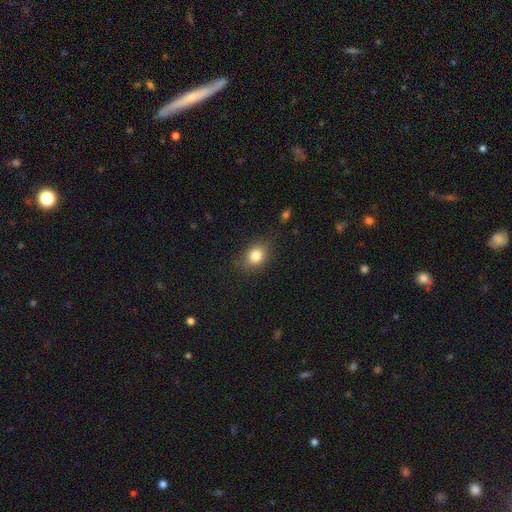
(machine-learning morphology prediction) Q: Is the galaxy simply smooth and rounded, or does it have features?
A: smooth — 82%.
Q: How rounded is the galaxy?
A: in between — 55%.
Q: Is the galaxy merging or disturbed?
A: none — 80%.